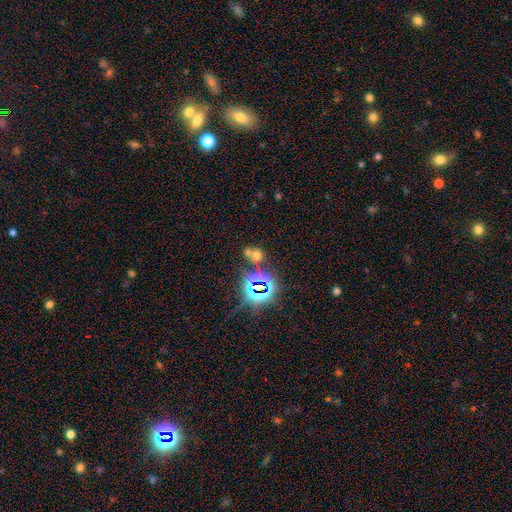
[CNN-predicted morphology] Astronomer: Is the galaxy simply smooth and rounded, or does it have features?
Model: smooth — 46% (runner-up: star or artifact, 44%).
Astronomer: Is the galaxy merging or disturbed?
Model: none — 55% (runner-up: merger, 31%).